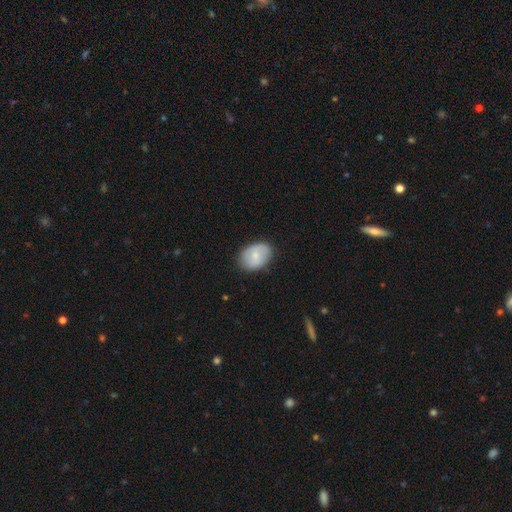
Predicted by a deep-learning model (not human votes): The model was most divided on "smooth or featured": smooth: 71%, featured or disk: 23%, star or artifact: 6%. More confident: merging — none (81%); how rounded — in between (74%).